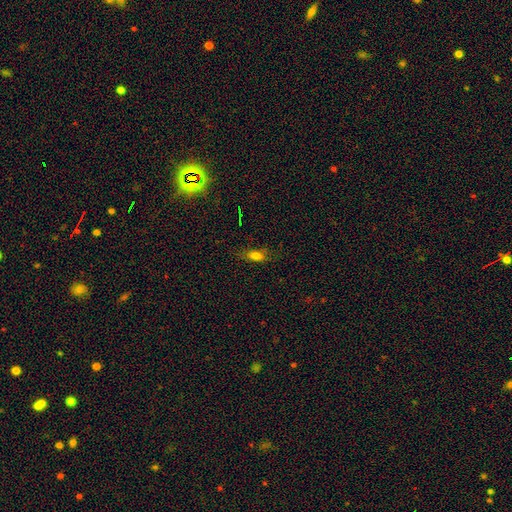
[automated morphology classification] This is likely a smooth galaxy (72%). How rounded: likely in between (75%). Merging: likely none (73%).